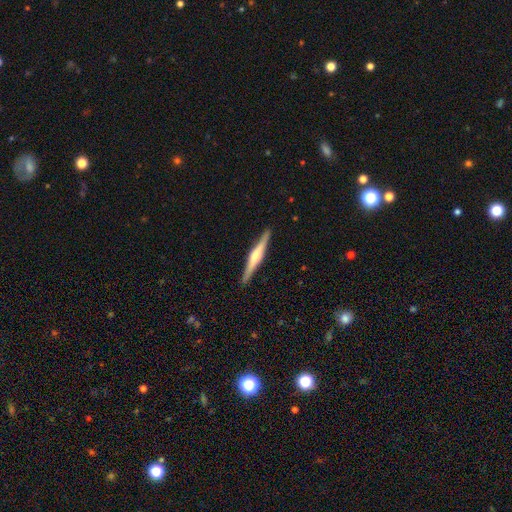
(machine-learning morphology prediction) Smooth or featured: featured or disk — 69% (smooth — 26%)
Edge-on disk: yes — 98% (no — 2%)
Edge-on bulge: rounded — 76% (boxy — 15%)
Merging: none — 90% (minor disturbance — 7%)